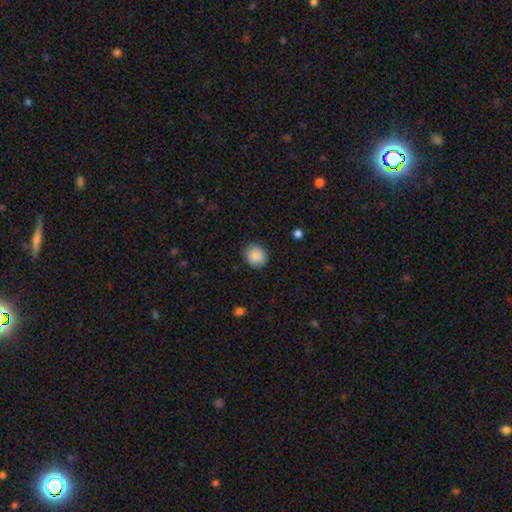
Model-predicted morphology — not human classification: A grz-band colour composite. It shows a smooth galaxy with no disk features (89%) that is round (87%). Merging: none (89%).